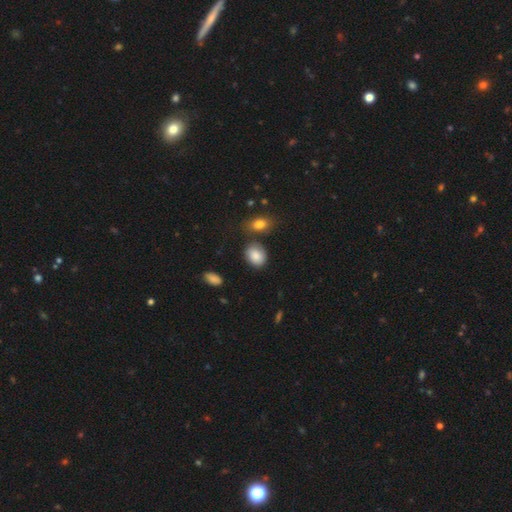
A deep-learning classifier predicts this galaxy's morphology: smooth 86%, star or artifact 7%, featured or disk 7%. Down the decision tree: how rounded — in between (69%); merging — none (74%).